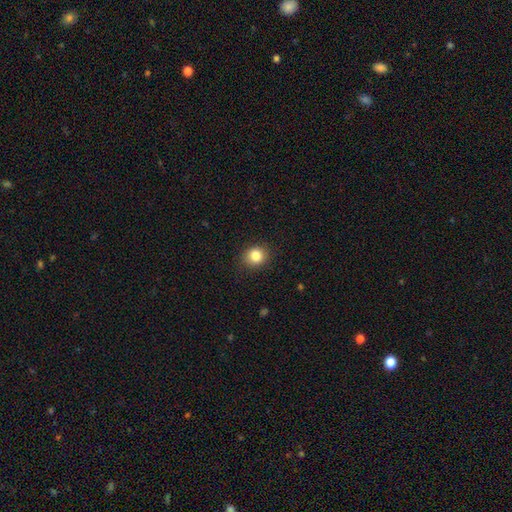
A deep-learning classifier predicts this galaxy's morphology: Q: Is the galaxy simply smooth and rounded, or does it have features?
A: smooth — 84%.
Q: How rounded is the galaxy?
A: round — 75%.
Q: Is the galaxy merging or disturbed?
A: none — 87%.